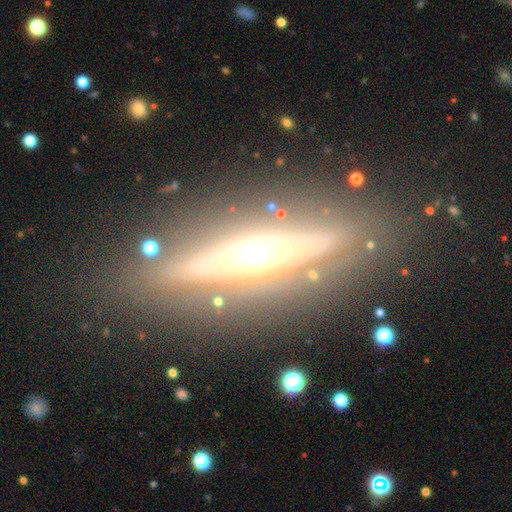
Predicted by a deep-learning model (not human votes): Q: Smooth or featured?
A: featured or disk (75%); runner-up: smooth (17%)
Q: Edge-on disk?
A: yes (86%); runner-up: no (14%)
Q: Edge-on bulge?
A: rounded (90%); runner-up: none (6%)
Q: Merging?
A: none (83%); runner-up: minor disturbance (11%)